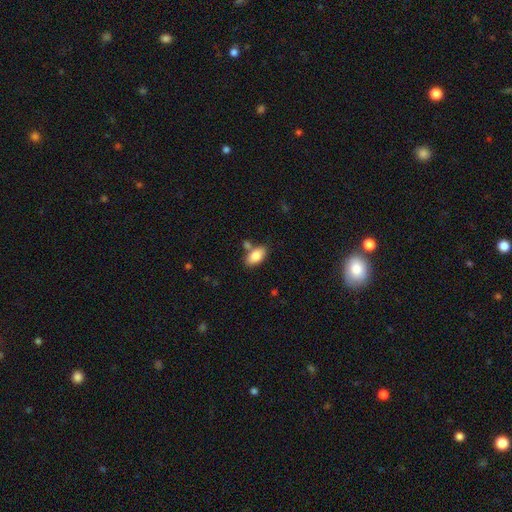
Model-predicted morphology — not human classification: Smooth or featured: smooth — 84% (featured or disk — 9%)
How rounded: in between — 93% (round — 4%)
Merging: none — 69% (merger — 15%)